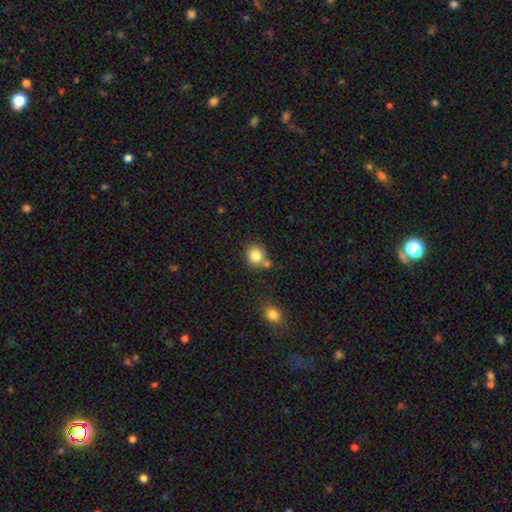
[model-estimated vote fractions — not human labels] smooth-or-featured: smooth: 83% | star or artifact: 10% | featured or disk: 7%
  how-rounded: round: 84% | in between: 15% | cigar-shaped: 1%
  merging: none: 65% | merger: 20% | minor disturbance: 12% | major disturbance: 3%